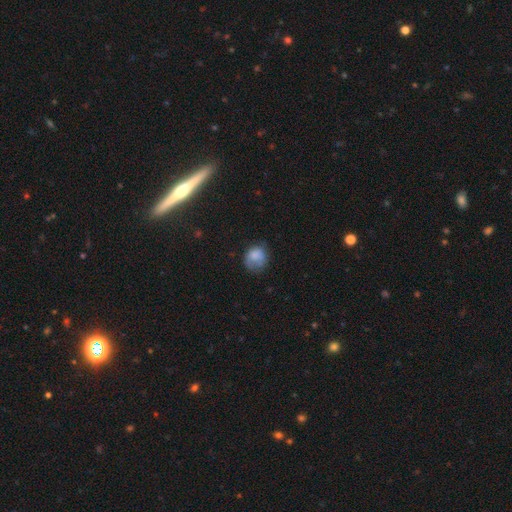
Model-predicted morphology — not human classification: This appears to be a smooth galaxy with no disk features (74%) that is round (65%). Merging: none (49%).